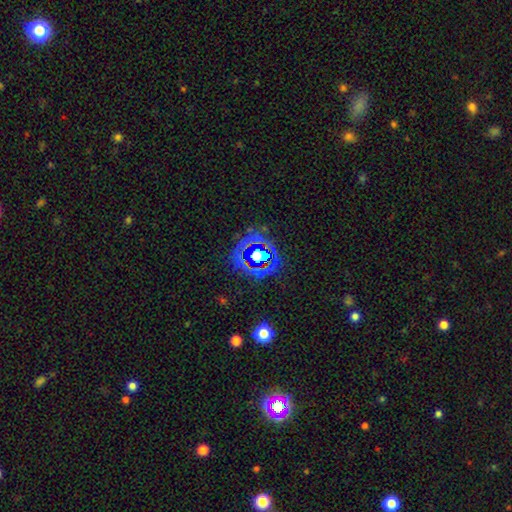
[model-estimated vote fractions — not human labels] A star or artifact, not a galaxy (56%).

Vote fractions:
- Smooth or featured? star or artifact: 56% / smooth: 26% / featured or disk: 17%